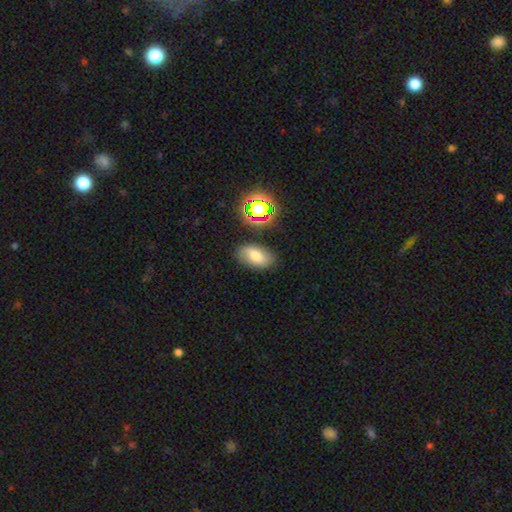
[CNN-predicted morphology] Smooth or featured: smooth — 61% (featured or disk — 24%)
How rounded: in between — 90% (round — 7%)
Merging: none — 78% (minor disturbance — 15%)